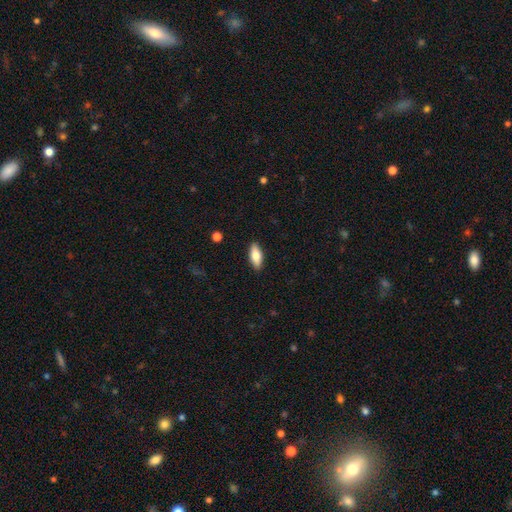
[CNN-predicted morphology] smooth_or_featured: smooth (p=0.77) [alt: featured or disk p=0.17]
how_rounded: in between (p=0.76) [alt: cigar-shaped p=0.21]
merging: none (p=0.89) [alt: minor disturbance p=0.08]